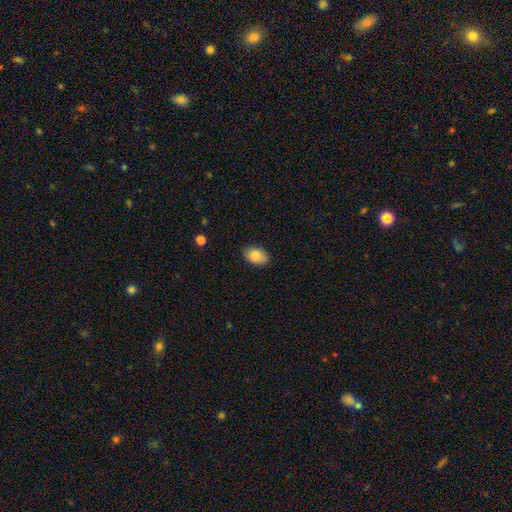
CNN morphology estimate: Smooth or featured? Predicted: smooth (p=0.85). How rounded? Predicted: in between (p=0.88). Merging? Predicted: none (p=0.84).